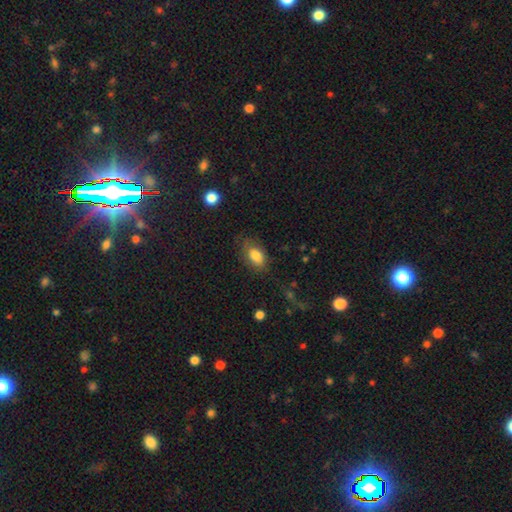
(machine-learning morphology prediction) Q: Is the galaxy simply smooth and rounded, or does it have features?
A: smooth — 80%.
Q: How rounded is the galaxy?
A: in between — 89%.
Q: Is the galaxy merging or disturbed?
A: none — 69%.